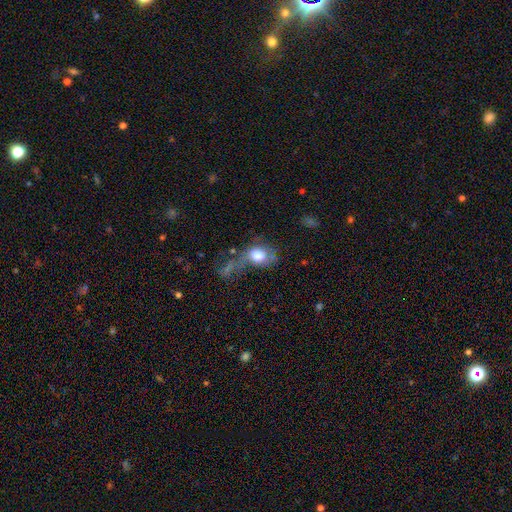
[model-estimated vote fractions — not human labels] The model was most divided on "merging": major disturbance: 34%, none: 29%, minor disturbance: 21%, merger: 16%. More confident: smooth or featured — smooth (71%); how rounded — in between (57%).